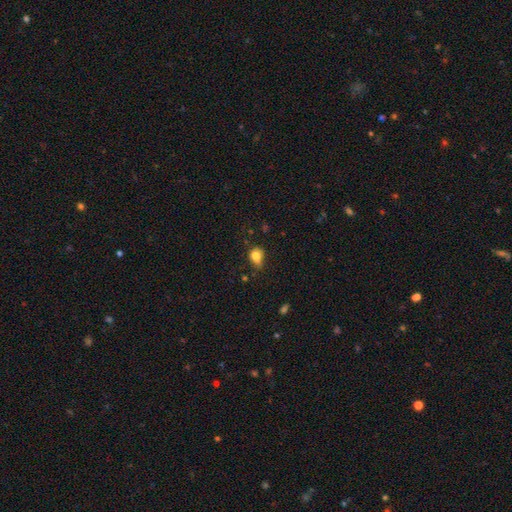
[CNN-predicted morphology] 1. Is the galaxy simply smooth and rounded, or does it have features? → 79% smooth, 11% star or artifact, 10% featured or disk.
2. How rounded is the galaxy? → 55% in between, 44% round, 2% cigar-shaped.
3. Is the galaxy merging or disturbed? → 45% none, 38% minor disturbance, 13% major disturbance, 5% merger.